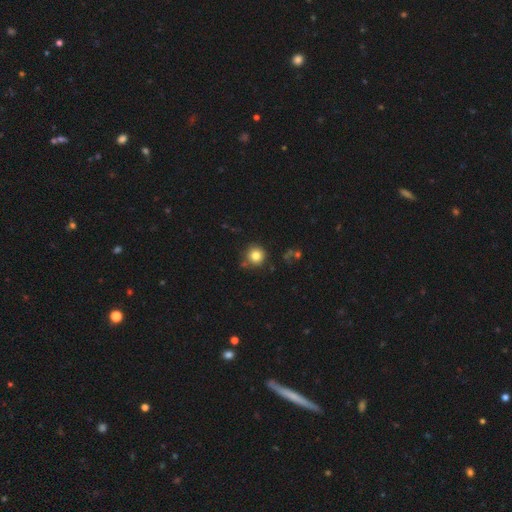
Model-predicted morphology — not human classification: A smooth galaxy with no disk features (81%) that is round (94%). Merging: none (80%).